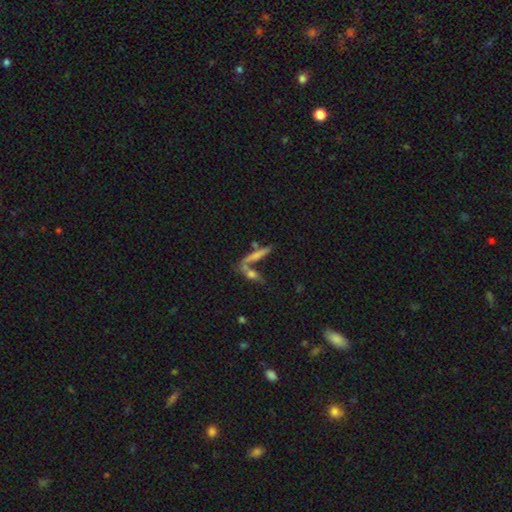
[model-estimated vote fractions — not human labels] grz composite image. It shows a smooth galaxy with no disk features (45%). Merging: none (48%).